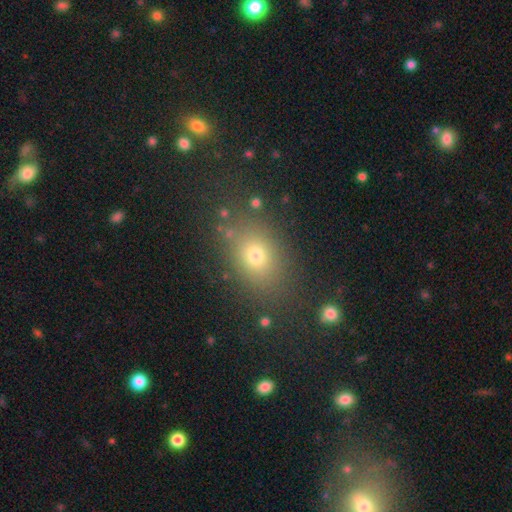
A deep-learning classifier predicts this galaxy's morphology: smooth 70%, star or artifact 19%, featured or disk 11%. Down the decision tree: how rounded — in between (62%); merging — none (81%).